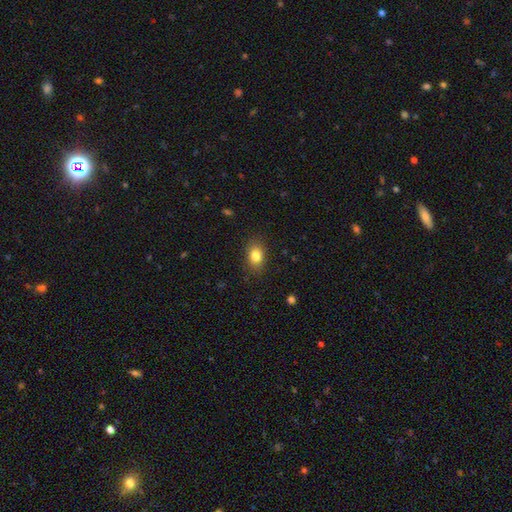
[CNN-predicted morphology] Smooth or featured? Predicted: smooth (p=0.83). How rounded? Predicted: in between (p=0.76). Merging? Predicted: none (p=0.85).